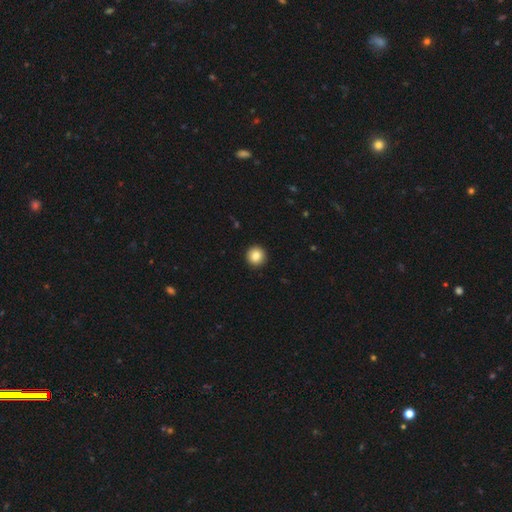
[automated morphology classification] A smooth galaxy with no disk features (85%) that is round (95%).

Vote fractions:
- Smooth or featured? smooth: 85% / star or artifact: 9% / featured or disk: 6%
- How rounded? round: 95% / in between: 4% / cigar-shaped: 1%
- Merging? none: 94% / minor disturbance: 4% / major disturbance: 1% / merger: 1%